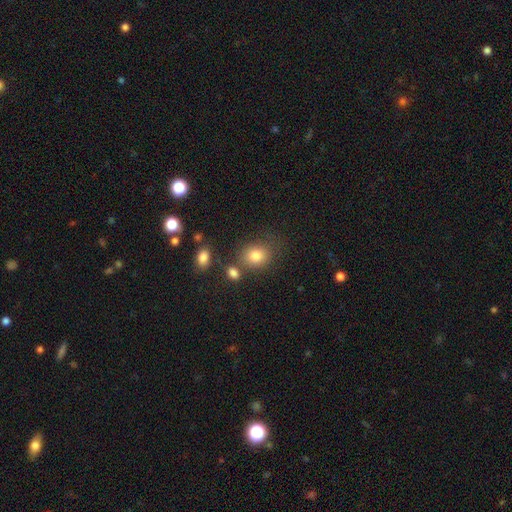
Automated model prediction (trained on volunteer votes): smooth-or-featured: smooth: 81% | star or artifact: 11% | featured or disk: 8%
  how-rounded: round: 57% | in between: 42% | cigar-shaped: 1%
  merging: none: 67% | minor disturbance: 14% | merger: 13% | major disturbance: 6%